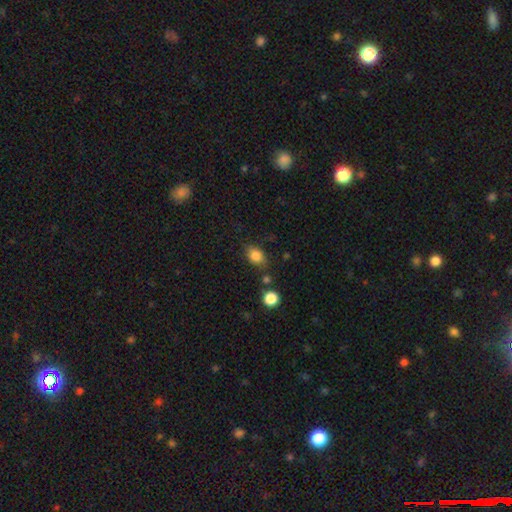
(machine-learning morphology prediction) The model was most divided on "how rounded": in between: 70%, round: 29%, cigar-shaped: 2%. More confident: smooth or featured — smooth (84%); merging — none (72%).